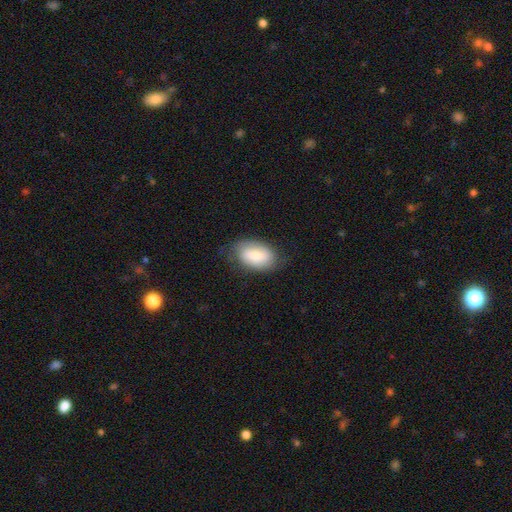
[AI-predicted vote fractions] Smooth or featured? smooth (74%)
How rounded? in between (91%)
Merging? none (72%)